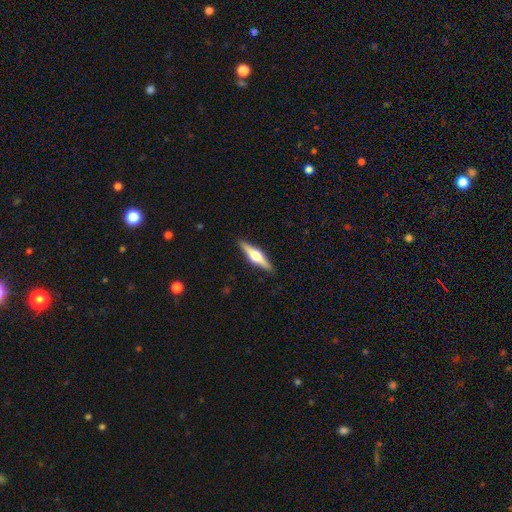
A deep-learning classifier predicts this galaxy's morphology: A featured or disk galaxy (70%) viewed edge-on (97%) with a rounded central bulge (94%). Merging: none (91%).